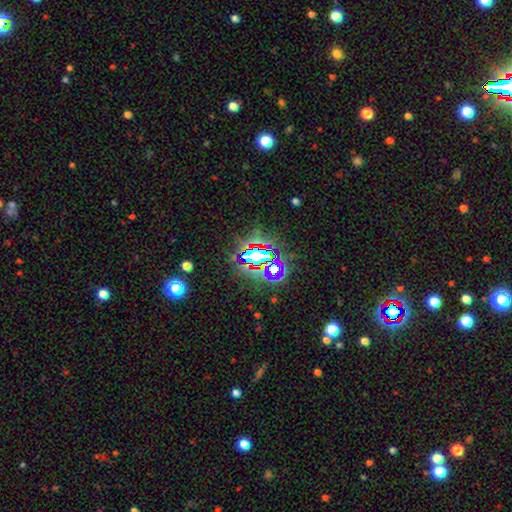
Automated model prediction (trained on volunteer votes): Smooth or featured: star or artifact — 77% (smooth — 12%)